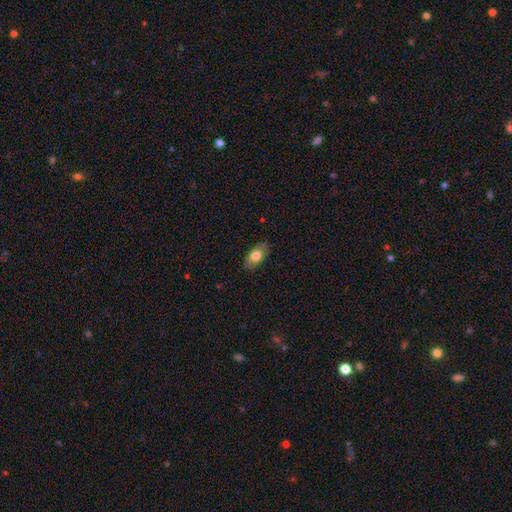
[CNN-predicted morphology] A smooth galaxy with no disk features (78%) that is in between round and cigar-shaped (90%). Merging: none (82%).